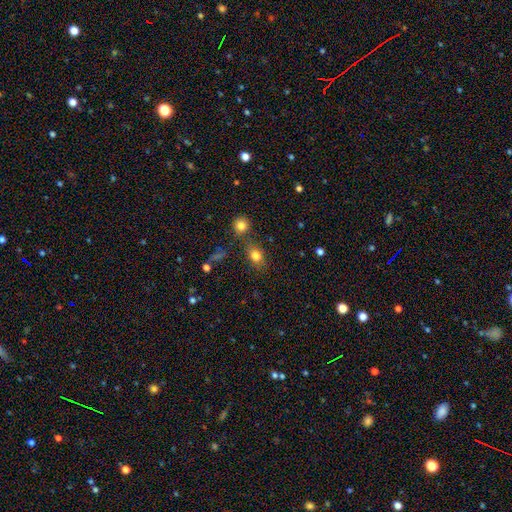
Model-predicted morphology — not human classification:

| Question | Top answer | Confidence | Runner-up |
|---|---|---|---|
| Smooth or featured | smooth | 80% | star or artifact (12%) |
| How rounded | in between | 66% | round (31%) |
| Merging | none | 69% | minor disturbance (14%) |